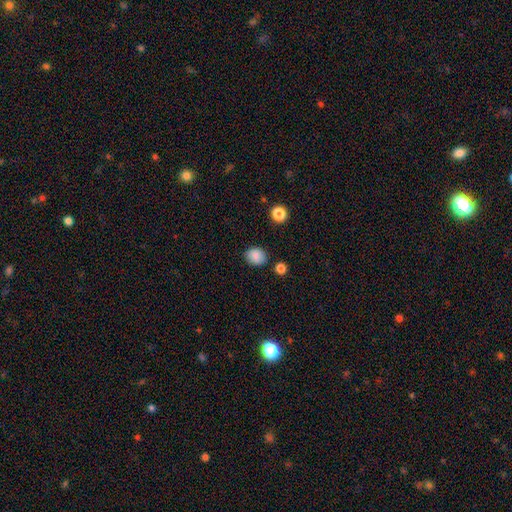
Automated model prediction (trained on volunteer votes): Overall: smooth (85%). How rounded: round (57%; in between 42%). Merging: none (82%).